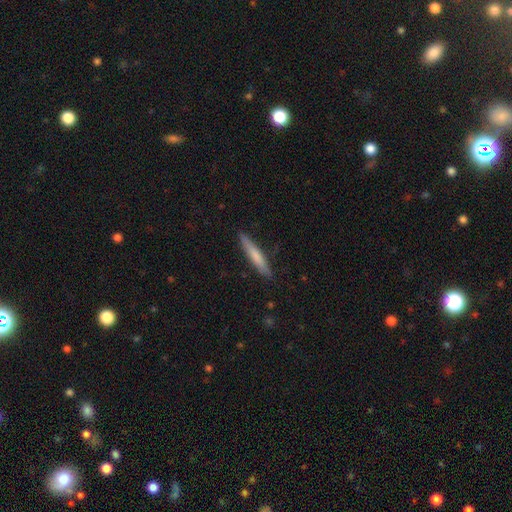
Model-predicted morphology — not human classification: Smooth or featured? smooth (67%)
How rounded? cigar-shaped (93%)
Merging? none (88%)